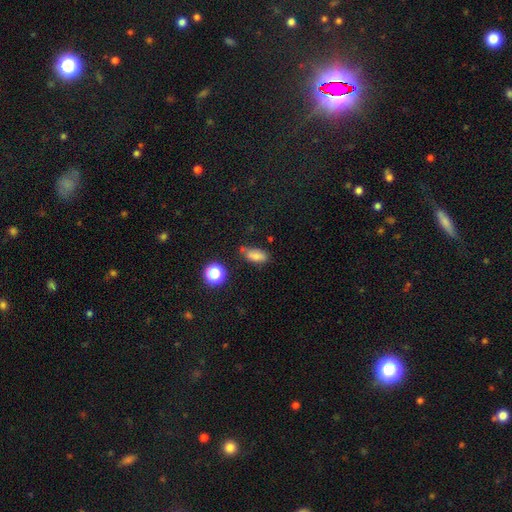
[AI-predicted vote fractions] Smooth or featured: smooth — 77% (star or artifact — 15%)
How rounded: in between — 80% (cigar-shaped — 11%)
Merging: none — 57% (minor disturbance — 26%)